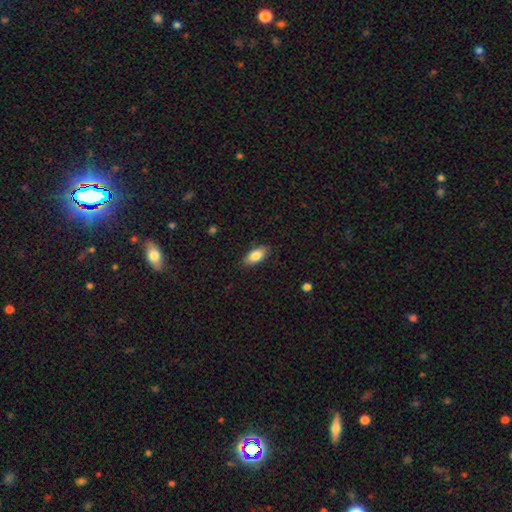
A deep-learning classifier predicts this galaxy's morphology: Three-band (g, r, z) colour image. It shows a smooth galaxy with no disk features (83%) that is in between round and cigar-shaped (89%). Merging: none (86%).